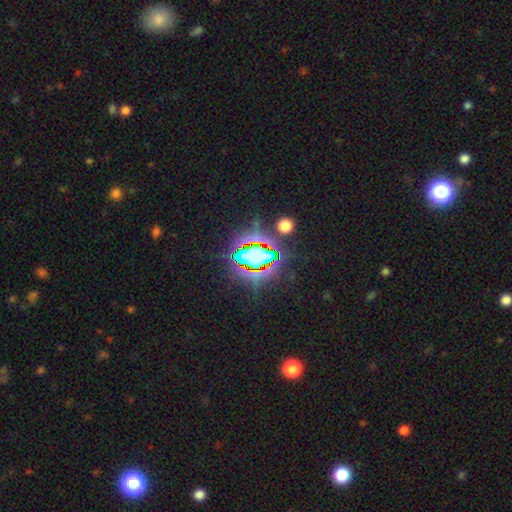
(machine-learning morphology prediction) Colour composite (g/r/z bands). It shows a star or artifact, not a galaxy (67%).